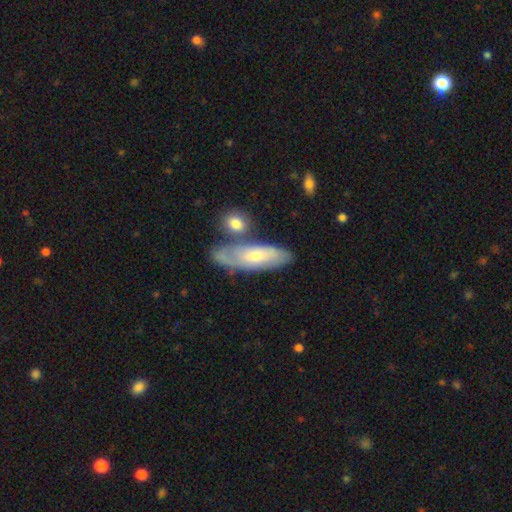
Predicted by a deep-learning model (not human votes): Morphology: type=featured or disk (48%); merging=none (62%).